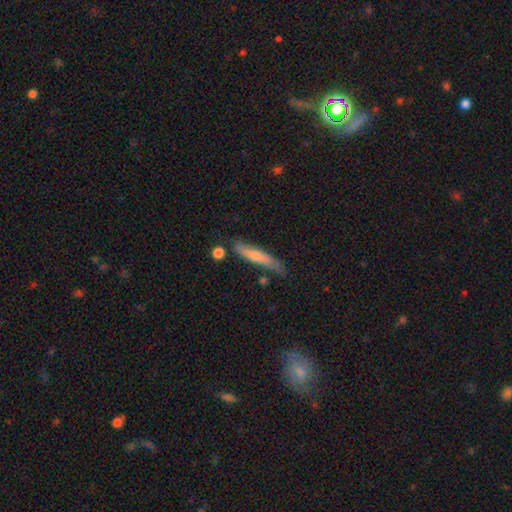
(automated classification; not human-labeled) Smooth or featured? smooth (62%)
How rounded? cigar-shaped (89%)
Merging? none (67%)